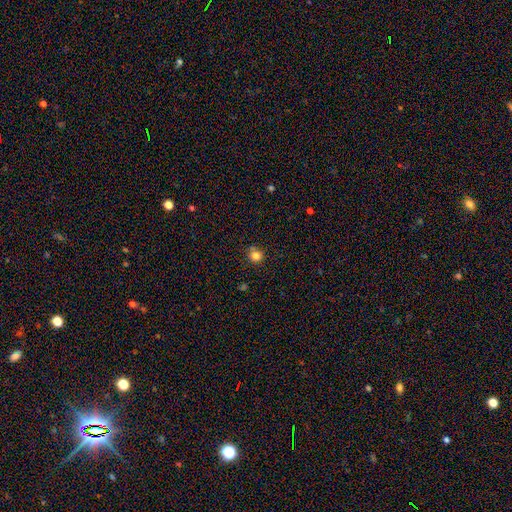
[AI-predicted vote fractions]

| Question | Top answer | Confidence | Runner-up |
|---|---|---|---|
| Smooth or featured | smooth | 81% | star or artifact (13%) |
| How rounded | round | 91% | in between (8%) |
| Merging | none | 80% | minor disturbance (13%) |